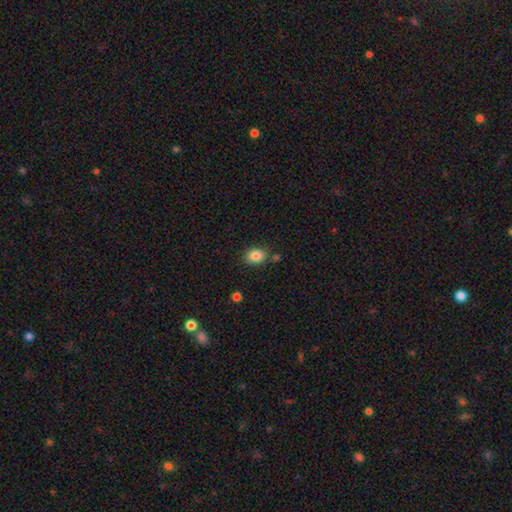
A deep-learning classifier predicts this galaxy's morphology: Smooth or featured? Predicted: smooth (p=0.84). How rounded? Predicted: in between (p=0.60). Merging? Predicted: none (p=0.79).